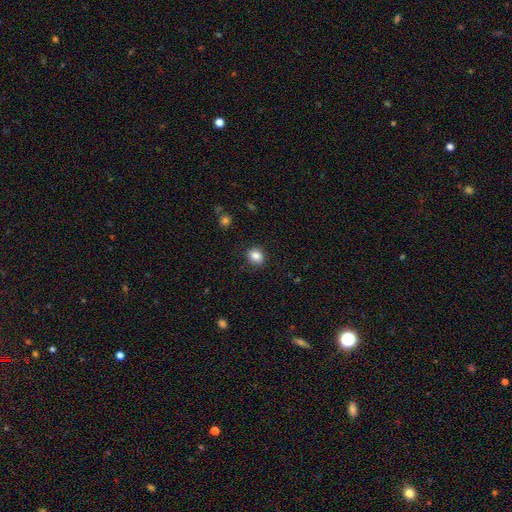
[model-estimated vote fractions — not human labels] A smooth galaxy with no disk features (85%) that is round (57%). Merging: none (86%).